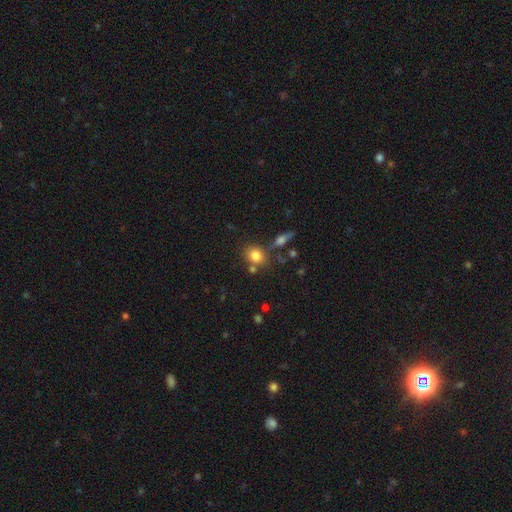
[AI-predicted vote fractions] Smooth or featured?
  - smooth: 80% *
  - star or artifact: 11%
  - featured or disk: 9%
How rounded?
  - round: 63% *
  - in between: 35%
  - cigar-shaped: 2%
Merging?
  - none: 68% *
  - merger: 15%
  - minor disturbance: 13%
  - major disturbance: 4%